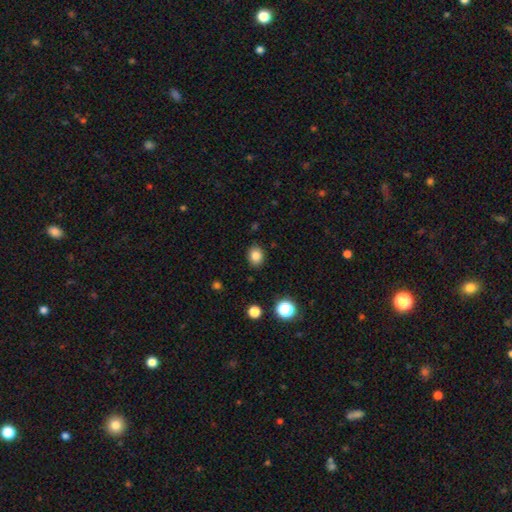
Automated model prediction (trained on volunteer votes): The model was most divided on "how rounded": round: 54%, in between: 45%, cigar-shaped: 1%. More confident: merging — none (88%); smooth or featured — smooth (83%).